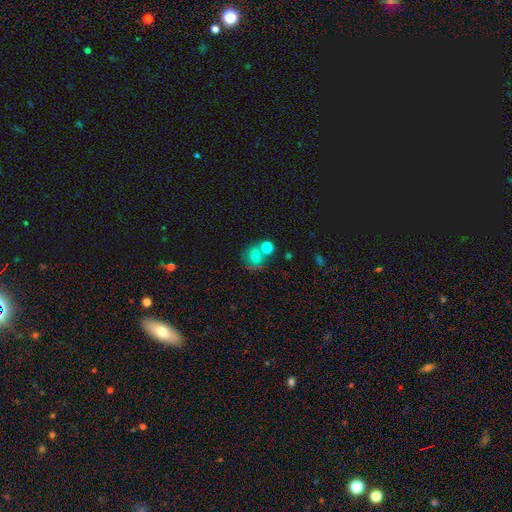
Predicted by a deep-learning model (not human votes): A smooth galaxy with no disk features (73%) that is round (58%). Merging: merger (43%).